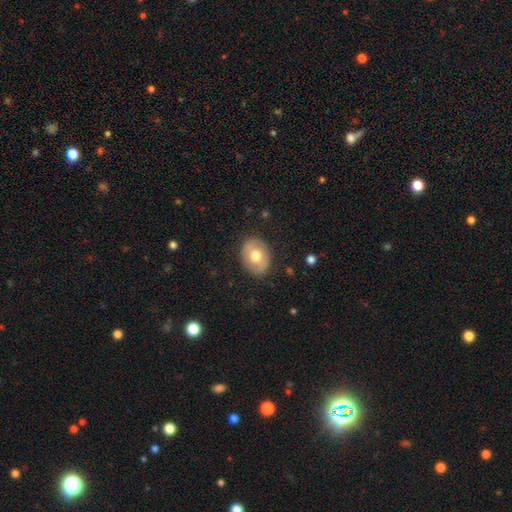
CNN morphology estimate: smooth 60%, featured or disk 34%, star or artifact 6%. Down the decision tree: how rounded — in between (56%); merging — none (84%).